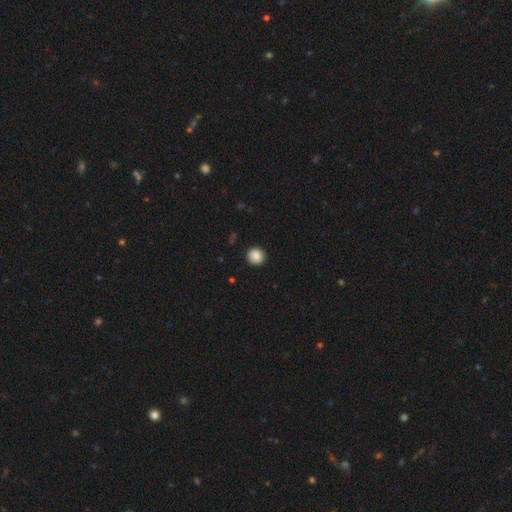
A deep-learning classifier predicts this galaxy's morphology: Smooth or featured?
  - smooth: 88% *
  - star or artifact: 9%
  - featured or disk: 3%
How rounded?
  - round: 92% *
  - in between: 7%
  - cigar-shaped: 1%
Merging?
  - none: 91% *
  - minor disturbance: 6%
  - major disturbance: 2%
  - merger: 1%